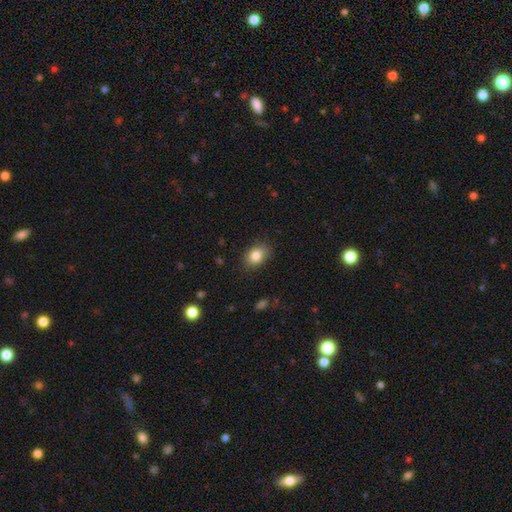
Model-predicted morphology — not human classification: A smooth galaxy with no disk features (83%) that is in between round and cigar-shaped (76%). Merging: none (85%).